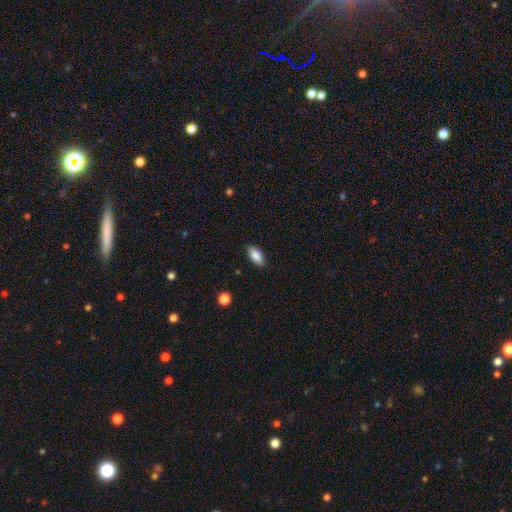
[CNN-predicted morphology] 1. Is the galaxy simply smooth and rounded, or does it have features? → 86% smooth, 7% star or artifact, 6% featured or disk.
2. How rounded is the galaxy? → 91% in between, 6% cigar-shaped, 3% round.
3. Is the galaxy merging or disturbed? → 88% none, 9% minor disturbance, 2% major disturbance, 1% merger.